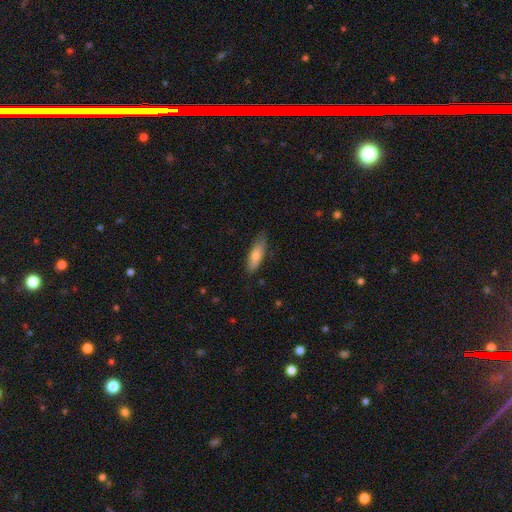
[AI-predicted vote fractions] Smooth or featured? Predicted: smooth (p=0.71). How rounded? Predicted: cigar-shaped (p=0.52). Merging? Predicted: none (p=0.81).